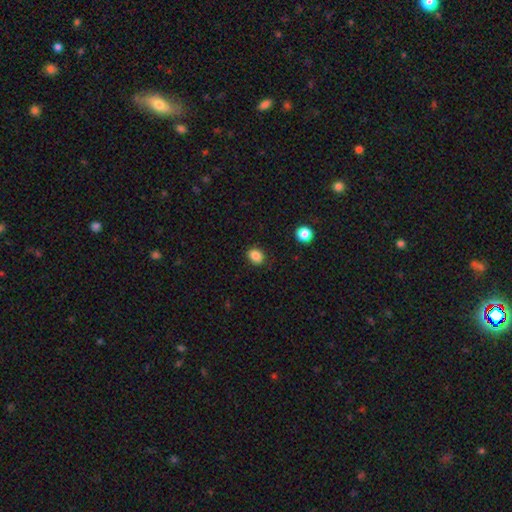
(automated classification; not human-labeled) Smooth or featured?
  - smooth: 86% *
  - star or artifact: 10%
  - featured or disk: 4%
How rounded?
  - in between: 52% *
  - round: 47%
  - cigar-shaped: 1%
Merging?
  - none: 85% *
  - minor disturbance: 11%
  - major disturbance: 3%
  - merger: 1%